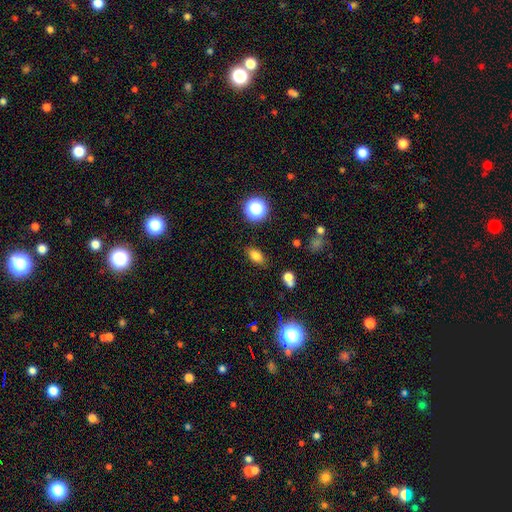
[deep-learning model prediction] A smooth galaxy with no disk features (79%) that is in between round and cigar-shaped (83%). Merging: none (85%).